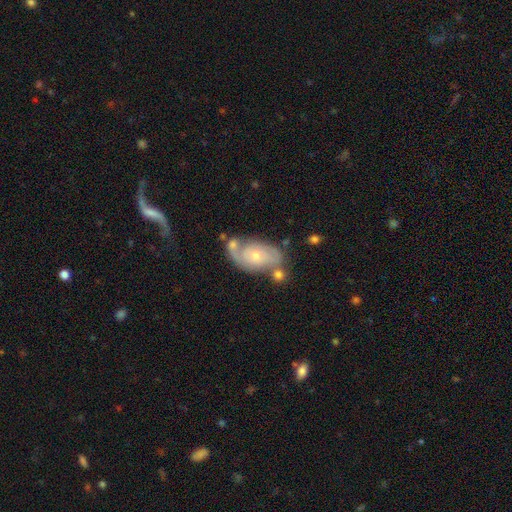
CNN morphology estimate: The model was most divided on "spiral winding": tight: 44%, medium: 37%, loose: 19%. Remaining: edge-on disk — no (95%); spiral arms — yes (85%); bar — no (74%); smooth or featured — featured or disk (73%); spiral arm count — 2 (59%); bulge size — small (56%); merging — none (47%).